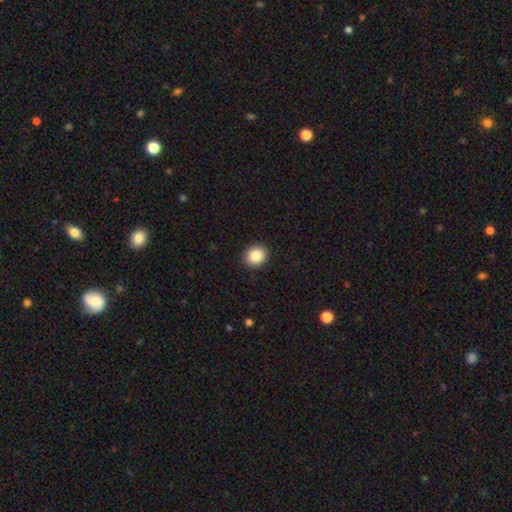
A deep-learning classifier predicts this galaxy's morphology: A smooth galaxy with no disk features (87%) that is round (70%).

Vote fractions:
- Smooth or featured? smooth: 87% / star or artifact: 9% / featured or disk: 4%
- How rounded? round: 70% / in between: 29% / cigar-shaped: 1%
- Merging? none: 91% / minor disturbance: 6% / major disturbance: 2% / merger: 1%